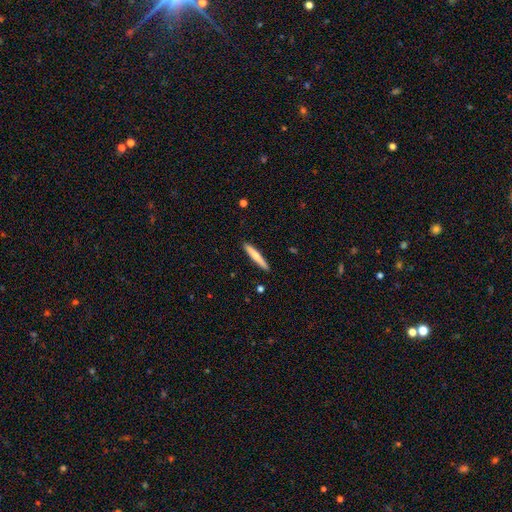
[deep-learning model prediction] Smooth or featured? smooth (66%)
How rounded? cigar-shaped (94%)
Merging? none (91%)